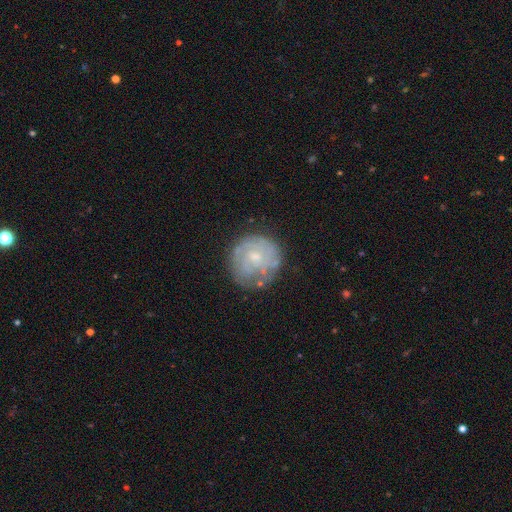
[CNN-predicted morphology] type=featured or disk (57%); edge-on=no (98%); bar=no (78%); spiral arms=yes (57%); bulge=small (54%); merging=none (72%).